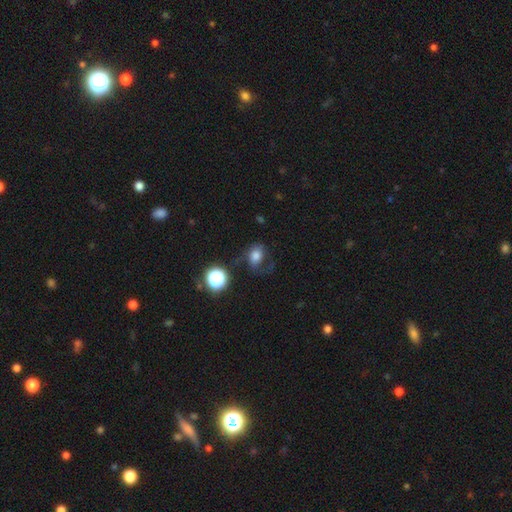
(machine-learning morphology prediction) Smooth or featured: smooth — 64% (featured or disk — 22%)
How rounded: in between — 55% (round — 44%)
Merging: none — 41% (major disturbance — 31%)